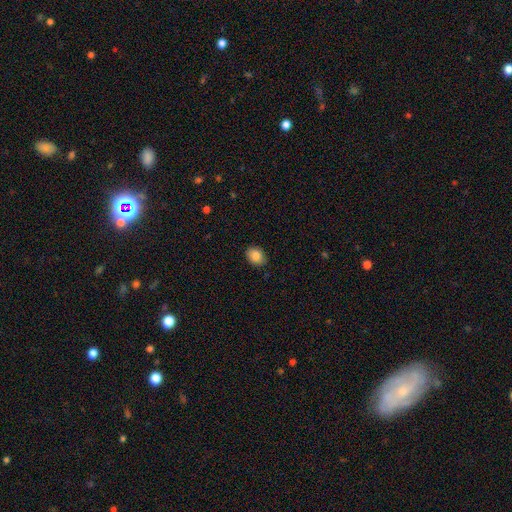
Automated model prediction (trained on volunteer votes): Smooth or featured: smooth — 86% (star or artifact — 8%)
How rounded: in between — 59% (round — 40%)
Merging: none — 89% (minor disturbance — 9%)